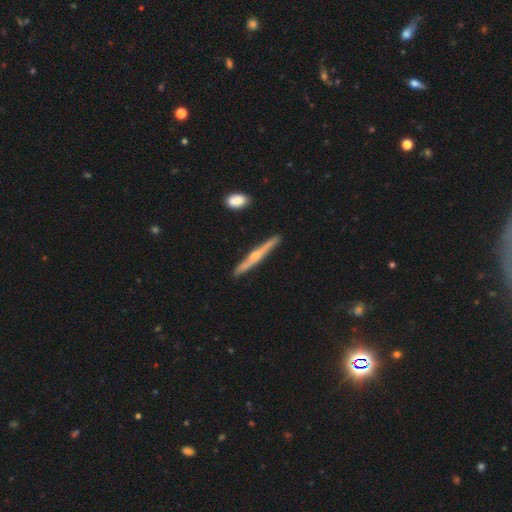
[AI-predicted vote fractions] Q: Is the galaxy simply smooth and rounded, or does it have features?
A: featured or disk — 71%.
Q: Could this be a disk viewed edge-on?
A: yes — 97%.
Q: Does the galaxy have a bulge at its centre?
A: rounded — 83%.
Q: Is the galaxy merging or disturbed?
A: none — 89%.